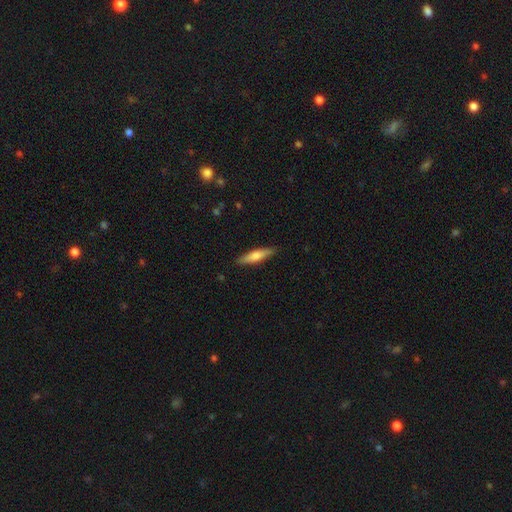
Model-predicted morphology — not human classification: Overall: smooth (59%; featured or disk 35%). How rounded: cigar-shaped (80%). Merging: none (88%).